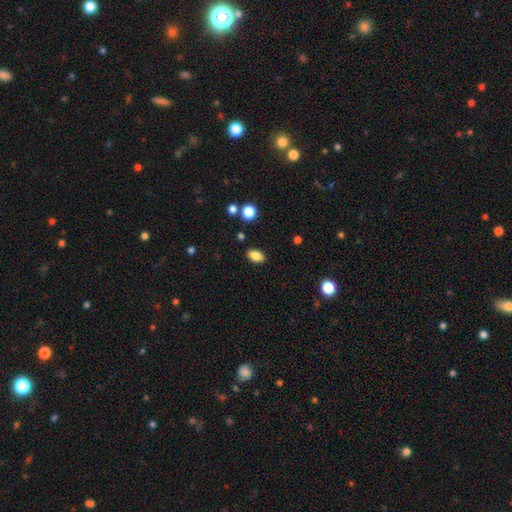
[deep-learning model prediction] smooth_or_featured: smooth (p=0.84) [alt: star or artifact p=0.09]
how_rounded: in between (p=0.88) [alt: round p=0.08]
merging: none (p=0.87) [alt: minor disturbance p=0.09]